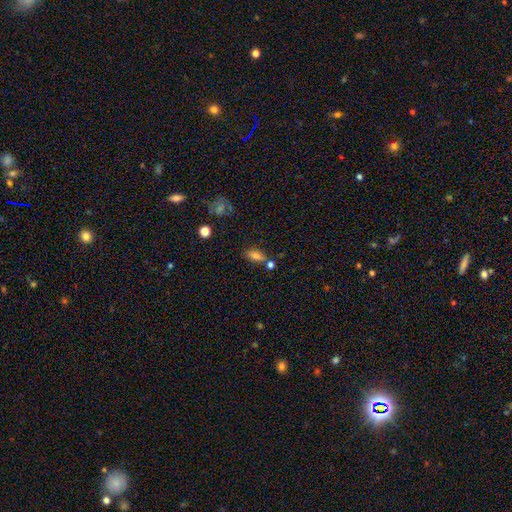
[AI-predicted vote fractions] smooth-or-featured: smooth: 79% | star or artifact: 12% | featured or disk: 9%
  how-rounded: in between: 83% | cigar-shaped: 10% | round: 7%
  merging: none: 63% | merger: 17% | minor disturbance: 15% | major disturbance: 5%